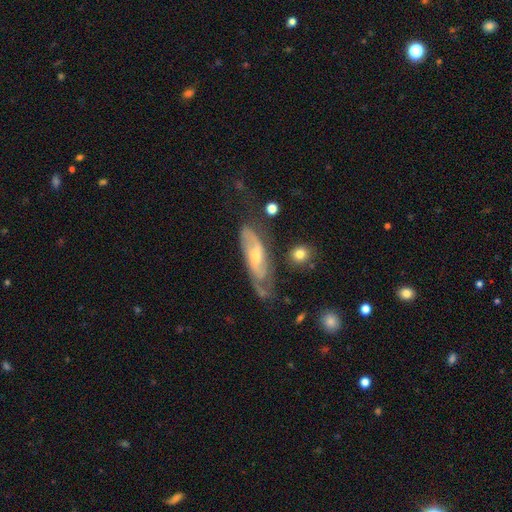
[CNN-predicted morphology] Smooth or featured? featured or disk (74%)
Edge-on disk? no (82%)
Bar? no (53%)
Spiral arms? yes (89%)
Spiral winding? medium (42%)
Spiral arm count? 2 (62%)
Bulge size? small (50%)
Merging? none (54%)